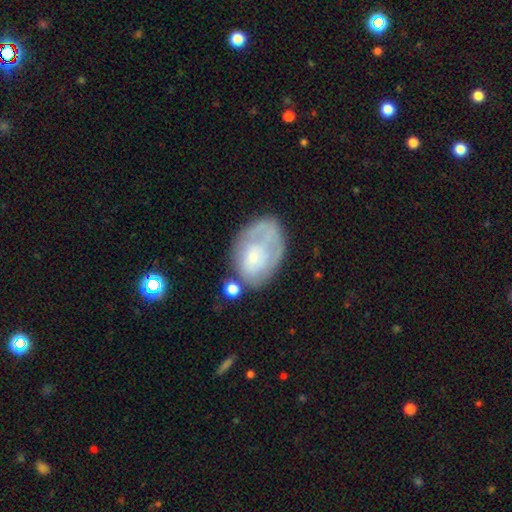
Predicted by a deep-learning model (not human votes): Smooth or featured: featured or disk — 47% (smooth — 45%)
Merging: none — 49% (minor disturbance — 27%)